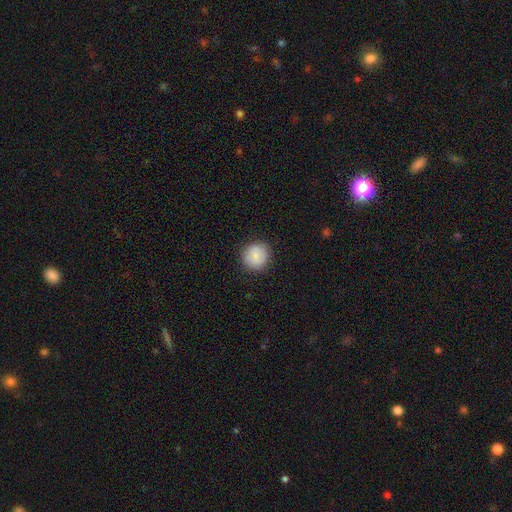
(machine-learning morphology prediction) smooth_or_featured: smooth (p=0.84) [alt: featured or disk p=0.08]
how_rounded: round (p=0.91) [alt: in between p=0.08]
merging: none (p=0.87) [alt: minor disturbance p=0.09]